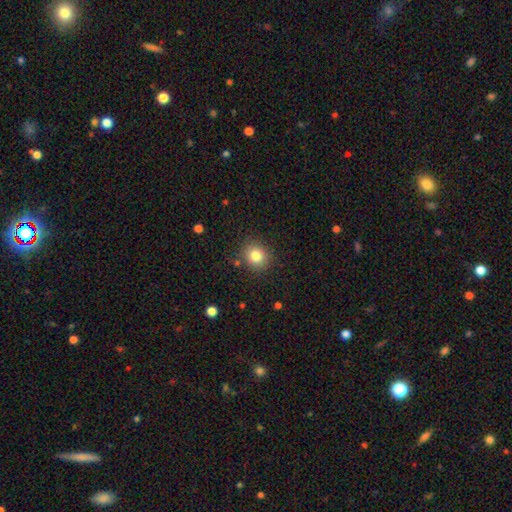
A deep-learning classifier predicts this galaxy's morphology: Smooth or featured? smooth (81%)
How rounded? round (79%)
Merging? none (86%)